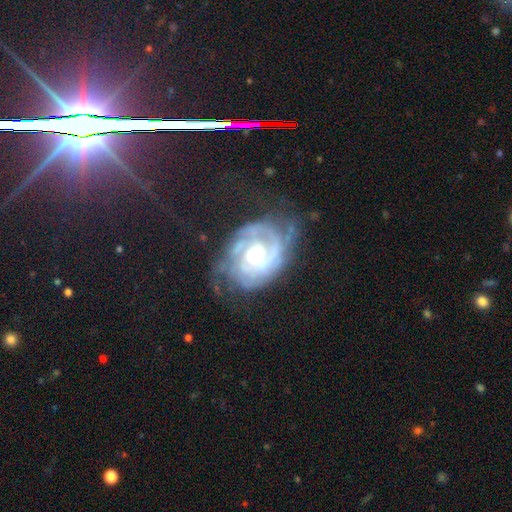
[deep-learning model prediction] Smooth or featured?
  - featured or disk: 88% *
  - smooth: 7%
  - star or artifact: 5%
Edge-on disk?
  - no: 97% *
  - yes: 3%
Bar?
  - no: 60% *
  - weak: 32%
  - strong: 9%
Spiral arms?
  - yes: 95% *
  - no: 5%
Spiral winding?
  - tight: 66% *
  - medium: 27%
  - loose: 7%
Spiral arm count?
  - 2: 30% * (tied)
  - can't tell: 30% * (tied)
  - 3: 21%
  - 4: 8%
  - 1: 7%
  - more than 4: 5%
Bulge size?
  - moderate: 70% *
  - small: 19%
  - large: 10%
  - none: 1%
  - dominant: 1%
Merging?
  - none: 60% *
  - minor disturbance: 24%
  - major disturbance: 15%
  - merger: 2%